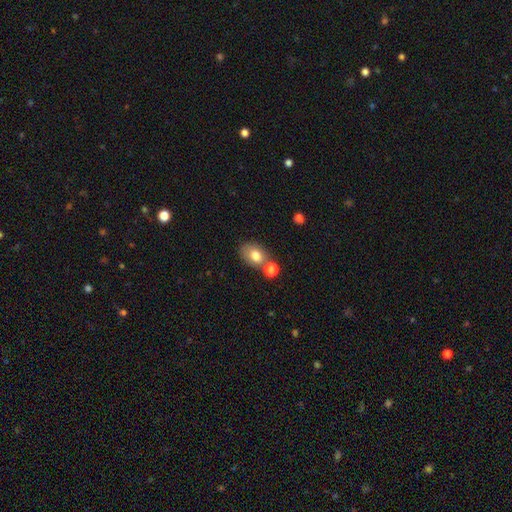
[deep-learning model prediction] Smooth or featured?
  - smooth: 77% *
  - featured or disk: 13%
  - star or artifact: 10%
How rounded?
  - in between: 70% *
  - round: 28%
  - cigar-shaped: 1%
Merging?
  - none: 56% *
  - merger: 23%
  - minor disturbance: 16%
  - major disturbance: 6%